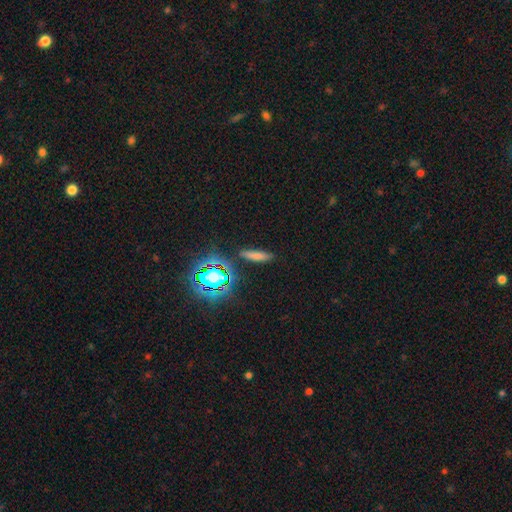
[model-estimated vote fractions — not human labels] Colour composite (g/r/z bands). It shows a smooth galaxy with no disk features (68%) that is cigar-shaped (77%). Merging: none (84%).